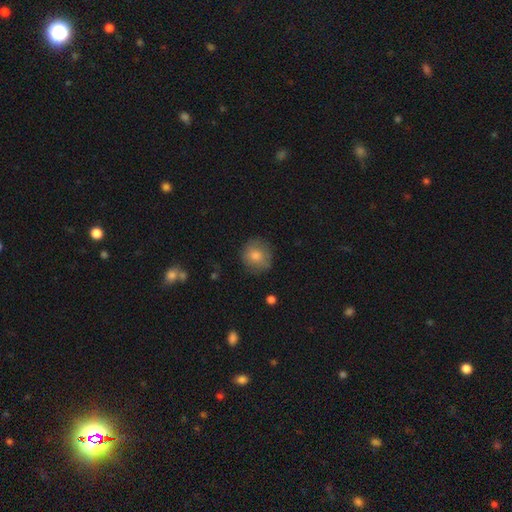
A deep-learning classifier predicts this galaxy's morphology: A smooth galaxy with no disk features (79%) that is round (87%). Merging: none (77%).